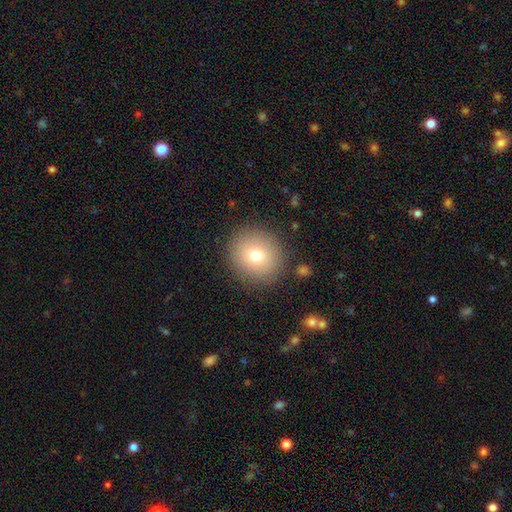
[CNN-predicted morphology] The model was most divided on "smooth or featured": smooth: 74%, featured or disk: 14%, star or artifact: 12%. More confident: how rounded — round (91%); merging — none (88%).